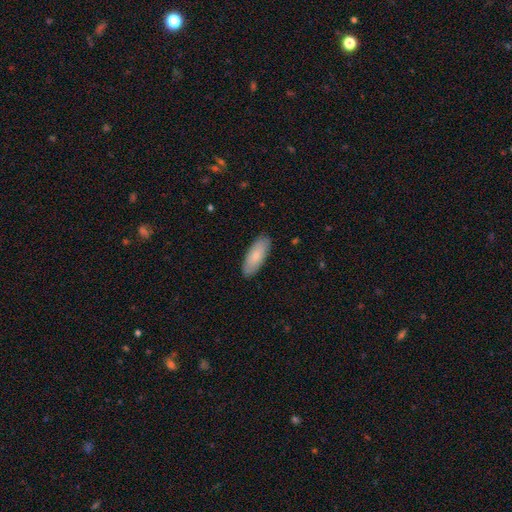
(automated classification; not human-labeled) smooth_or_featured: smooth (p=0.77) [alt: featured or disk p=0.18]
how_rounded: in between (p=0.75) [alt: cigar-shaped p=0.23]
merging: none (p=0.88) [alt: minor disturbance p=0.09]